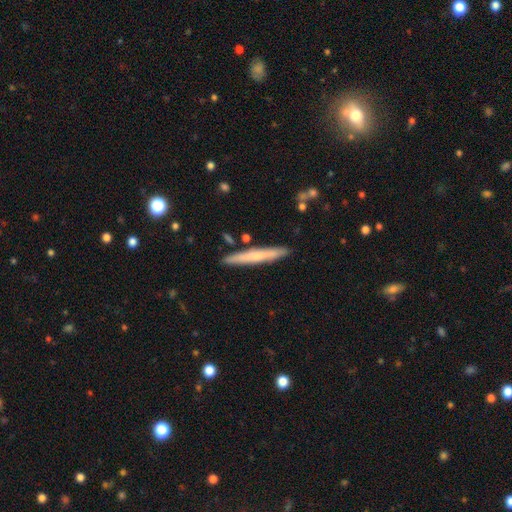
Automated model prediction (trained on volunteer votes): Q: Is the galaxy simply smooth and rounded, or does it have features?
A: smooth — 56%.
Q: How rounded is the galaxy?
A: cigar-shaped — 96%.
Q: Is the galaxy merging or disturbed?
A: none — 88%.